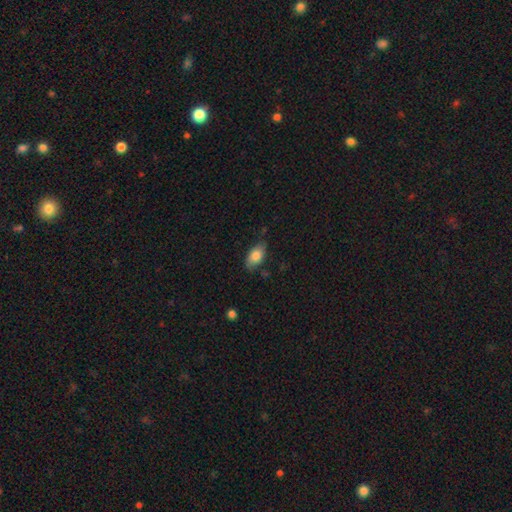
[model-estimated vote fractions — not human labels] This is clearly a smooth galaxy (81%). How rounded: clearly in between (91%). Merging: likely none (74%).